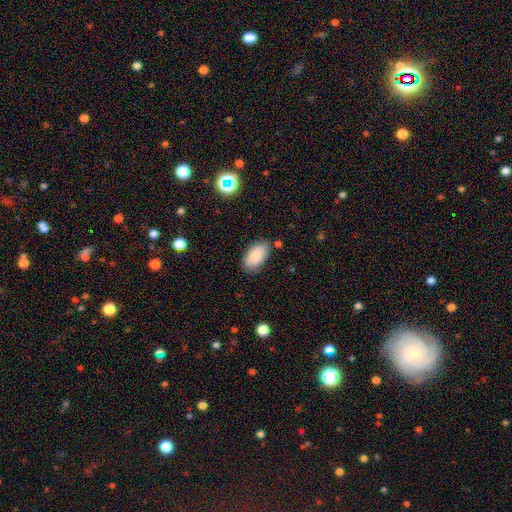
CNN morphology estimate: A smooth galaxy with no disk features (86%) that is in between round and cigar-shaped (95%). Merging: none (80%).